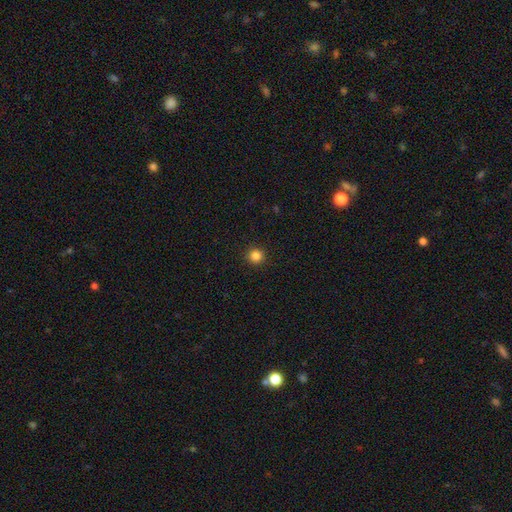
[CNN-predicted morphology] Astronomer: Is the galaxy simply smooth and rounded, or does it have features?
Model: smooth — 84%.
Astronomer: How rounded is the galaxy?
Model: round — 96%.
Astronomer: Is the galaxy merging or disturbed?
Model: none — 93%.